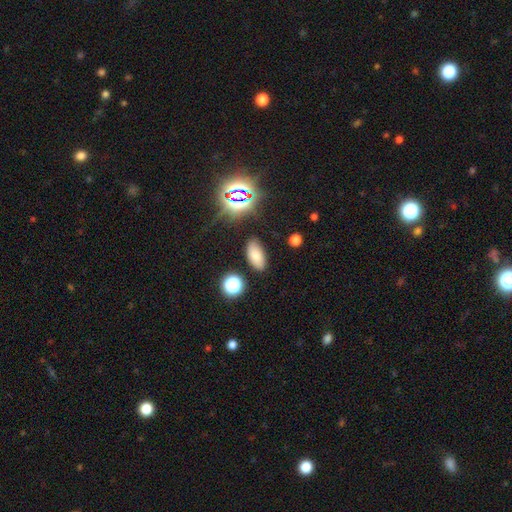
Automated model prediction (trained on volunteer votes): A smooth galaxy with no disk features (71%) that is in between round and cigar-shaped (90%). Merging: none (82%).